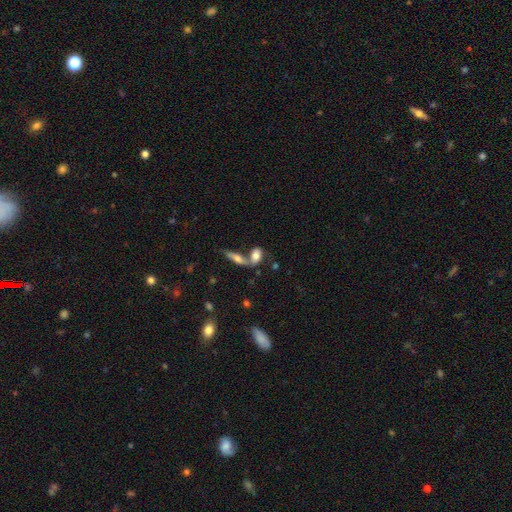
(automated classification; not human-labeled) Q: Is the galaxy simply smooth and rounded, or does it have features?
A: smooth — 67%.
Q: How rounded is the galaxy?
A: in between — 81%.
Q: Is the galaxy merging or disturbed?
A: merger — 50%.